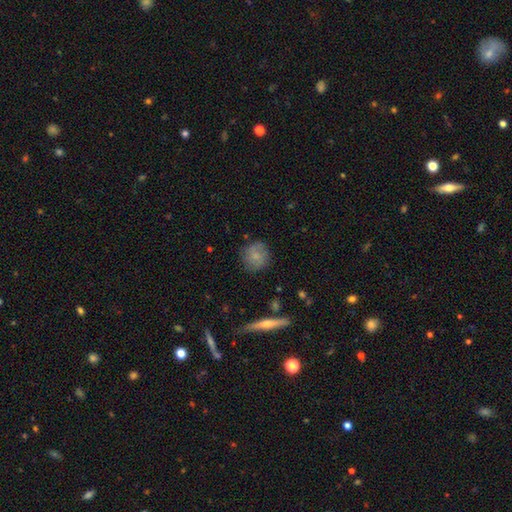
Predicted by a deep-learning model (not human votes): Smooth or featured?
  - smooth: 71% *
  - featured or disk: 22%
  - star or artifact: 8%
How rounded?
  - round: 86% *
  - in between: 12%
  - cigar-shaped: 2%
Merging?
  - none: 79% *
  - minor disturbance: 15%
  - major disturbance: 4%
  - merger: 2%